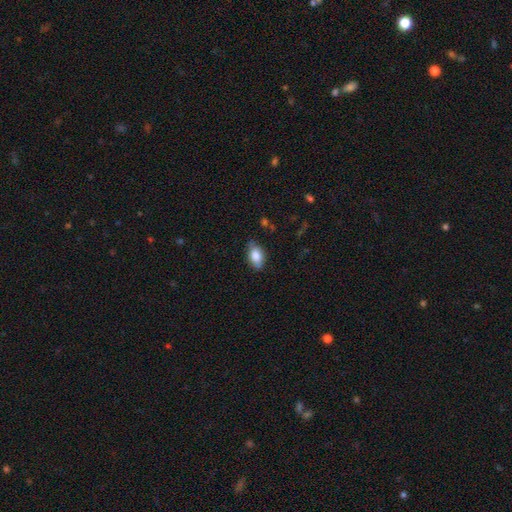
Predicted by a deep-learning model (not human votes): smooth-or-featured: smooth: 81% | featured or disk: 12% | star or artifact: 7%
  how-rounded: in between: 89% | round: 7% | cigar-shaped: 4%
  merging: none: 75% | minor disturbance: 20% | major disturbance: 3% | merger: 2%